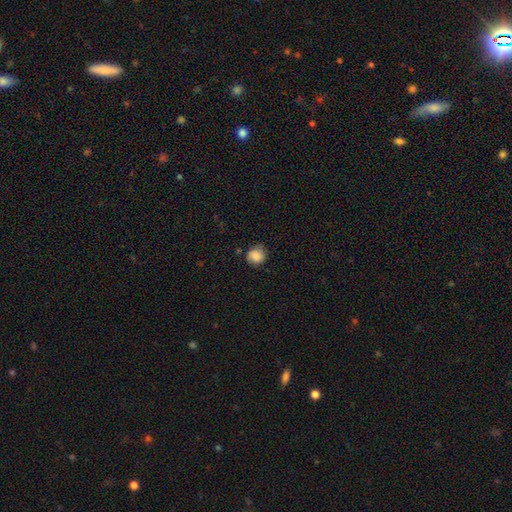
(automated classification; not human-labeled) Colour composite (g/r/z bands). It shows a smooth galaxy with no disk features (83%) that is round (87%). Merging: none (75%).